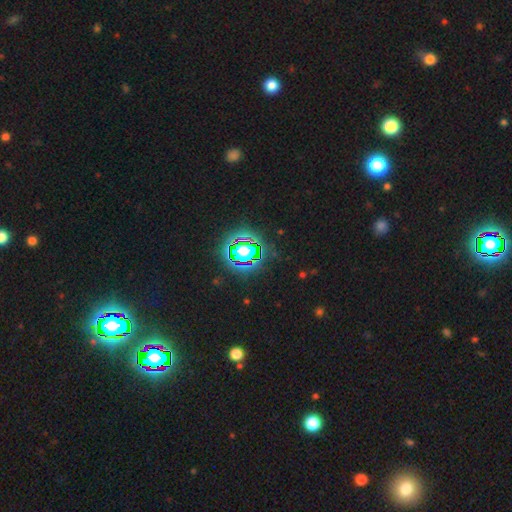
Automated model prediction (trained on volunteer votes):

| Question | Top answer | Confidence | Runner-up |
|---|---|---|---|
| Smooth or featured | star or artifact | 81% | smooth (12%) |